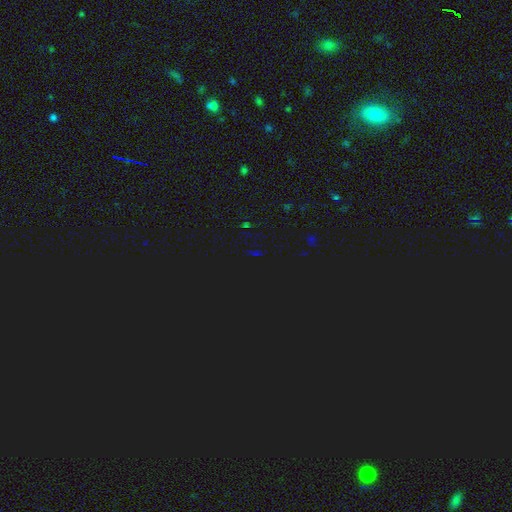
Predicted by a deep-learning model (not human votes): Q: Smooth or featured?
A: star or artifact (78%); runner-up: smooth (14%)